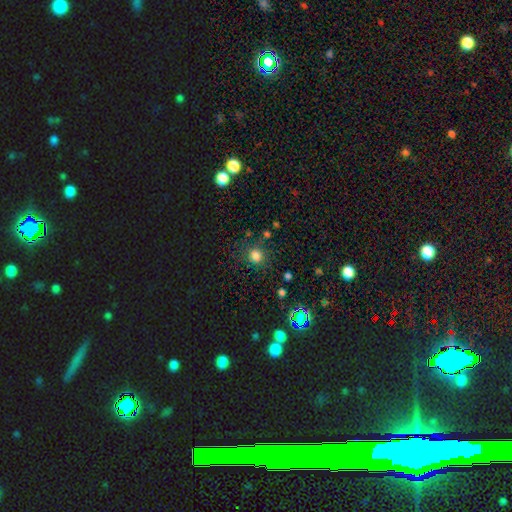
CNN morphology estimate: Smooth or featured?
  - smooth: 77% *
  - star or artifact: 18%
  - featured or disk: 5%
How rounded?
  - round: 82% *
  - in between: 17%
  - cigar-shaped: 1%
Merging?
  - none: 77% *
  - minor disturbance: 14%
  - major disturbance: 6%
  - merger: 3%